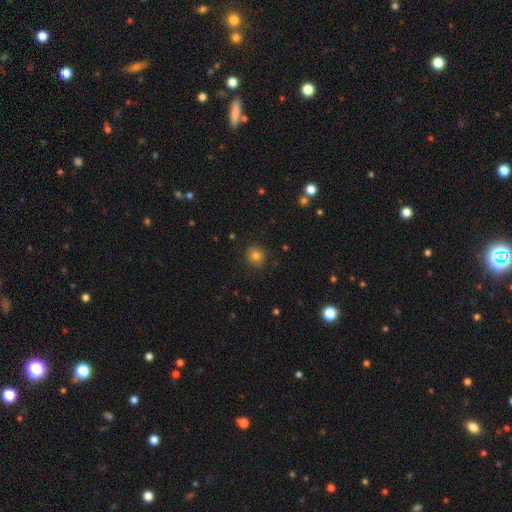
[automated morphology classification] This is clearly a smooth galaxy (81%). How rounded: clearly round (90%). Merging: clearly none (88%).